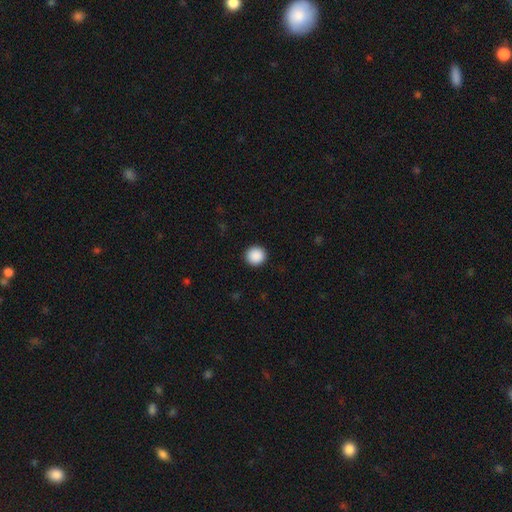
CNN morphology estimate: This appears to be a smooth galaxy with no disk features (90%) that is round (94%). Merging: none (93%).